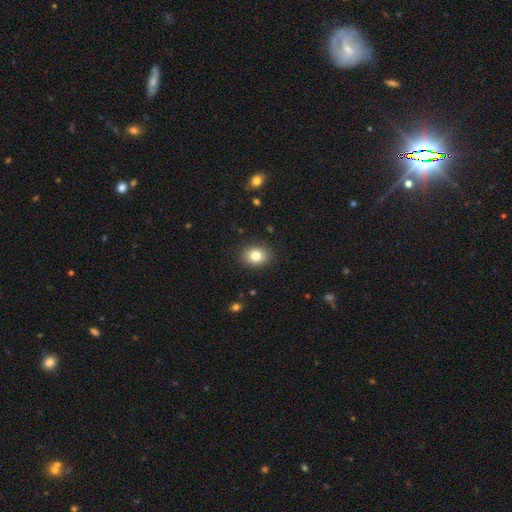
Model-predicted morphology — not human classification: smooth-or-featured: smooth: 83% | star or artifact: 10% | featured or disk: 8%
  how-rounded: round: 50% | in between: 49% | cigar-shaped: 1%
  merging: none: 89% | minor disturbance: 8% | major disturbance: 2% | merger: 1%